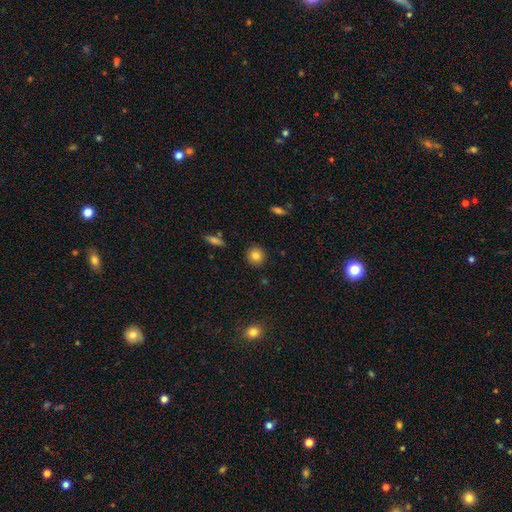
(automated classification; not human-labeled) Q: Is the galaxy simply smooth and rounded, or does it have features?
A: smooth — 82%.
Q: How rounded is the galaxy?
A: round — 91%.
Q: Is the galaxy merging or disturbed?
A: none — 91%.